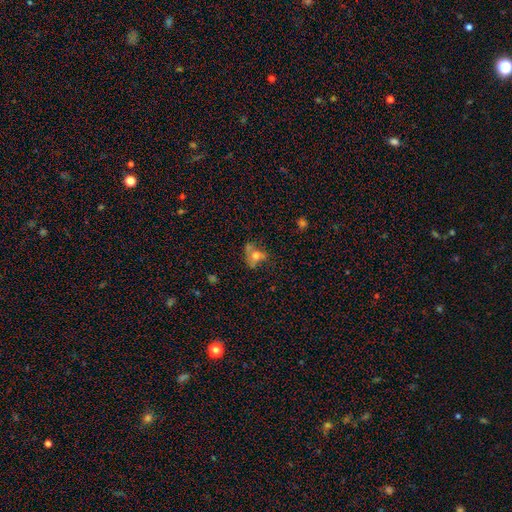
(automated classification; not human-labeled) Overall: smooth (59%; featured or disk 26%). How rounded: in between (55%; round 42%). Merging: none (37%; minor disturbance 23%).